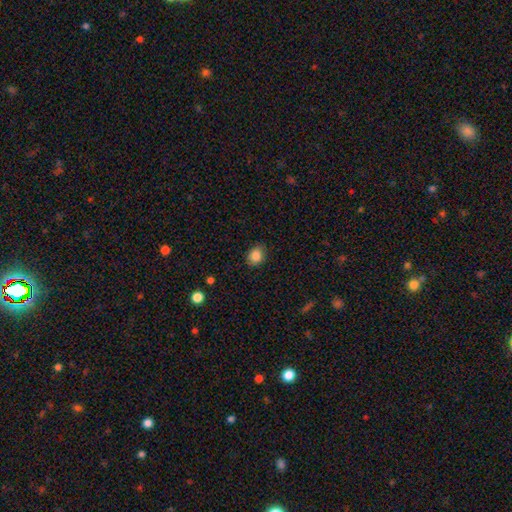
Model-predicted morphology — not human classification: Smooth or featured? smooth (86%)
How rounded? round (54%)
Merging? none (82%)